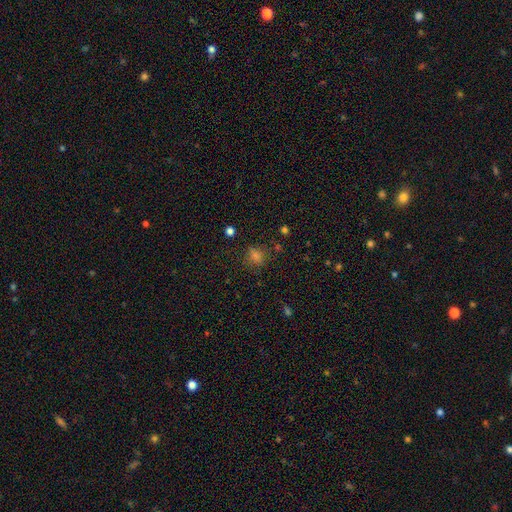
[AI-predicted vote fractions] Smooth or featured: smooth — 63% (star or artifact — 29%)
How rounded: in between — 54% (round — 43%)
Merging: none — 75% (minor disturbance — 15%)